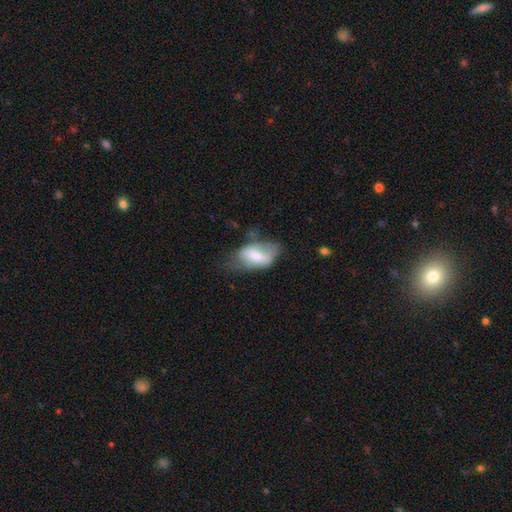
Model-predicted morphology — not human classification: Smooth or featured: smooth — 58% (featured or disk — 36%)
How rounded: in between — 91% (round — 5%)
Merging: none — 38% (minor disturbance — 35%)